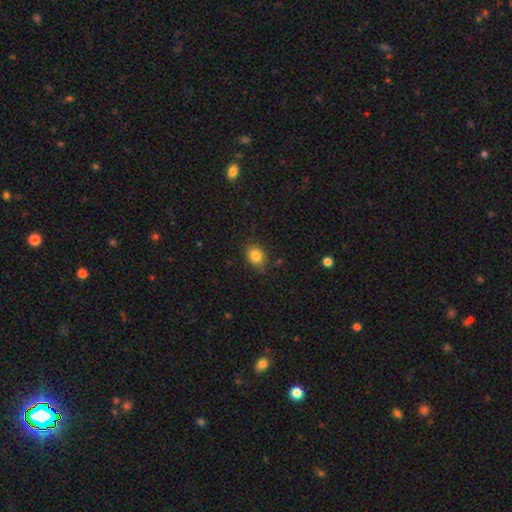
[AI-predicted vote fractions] This appears to be a smooth galaxy with no disk features (84%) that is in between round and cigar-shaped (50%). Merging: none (81%).